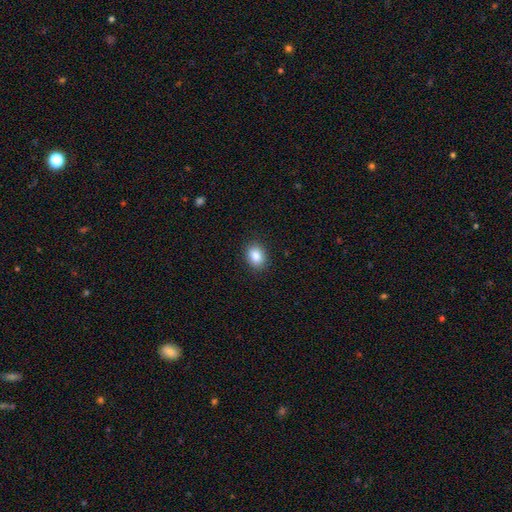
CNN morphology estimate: Q: Smooth or featured?
A: smooth (87%); runner-up: star or artifact (8%)
Q: How rounded?
A: in between (67%); runner-up: round (32%)
Q: Merging?
A: none (88%); runner-up: minor disturbance (8%)